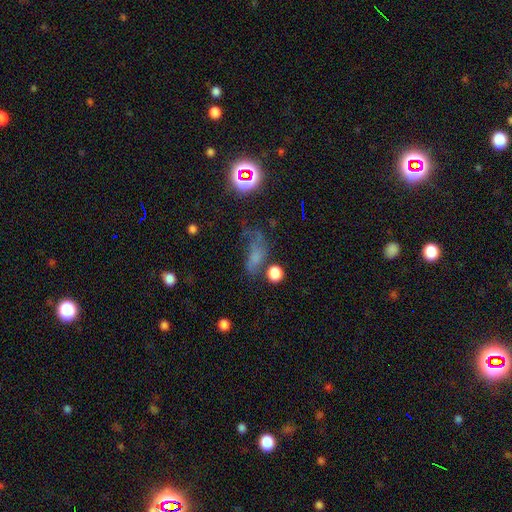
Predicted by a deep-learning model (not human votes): Smooth or featured? Predicted: smooth (p=0.46). Merging? Predicted: none (p=0.34, tied with major disturbance).